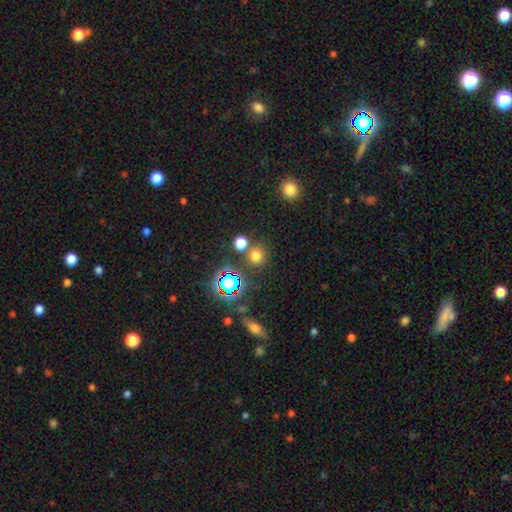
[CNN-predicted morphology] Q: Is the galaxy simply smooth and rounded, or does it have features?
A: smooth — 68%.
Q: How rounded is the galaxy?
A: round — 88%.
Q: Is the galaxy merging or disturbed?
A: none — 74%.